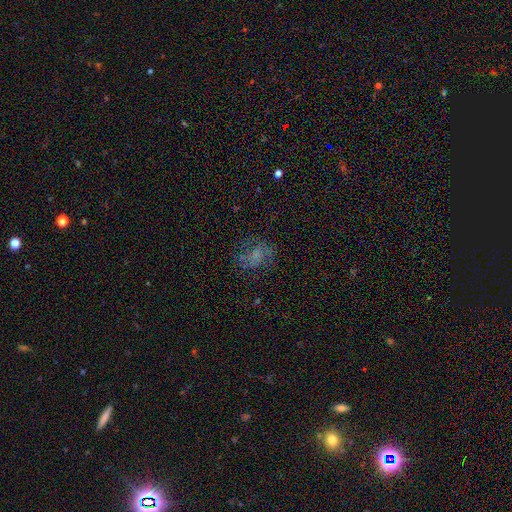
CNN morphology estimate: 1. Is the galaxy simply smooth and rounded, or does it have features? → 40% smooth, 38% featured or disk, 22% star or artifact.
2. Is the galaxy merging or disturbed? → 64% none, 18% minor disturbance, 16% major disturbance, 2% merger.